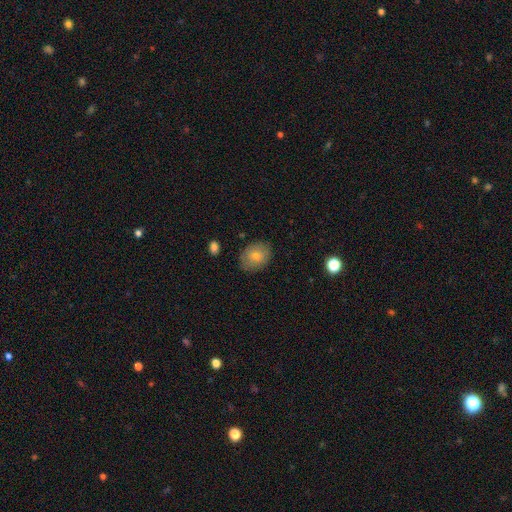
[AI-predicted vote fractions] Smooth or featured? Predicted: smooth (p=0.72). How rounded? Predicted: in between (p=0.53). Merging? Predicted: none (p=0.84).